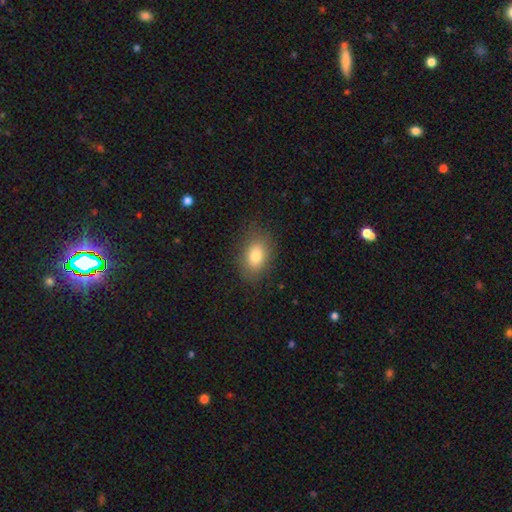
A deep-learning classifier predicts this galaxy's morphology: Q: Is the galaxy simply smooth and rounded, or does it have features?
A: smooth — 81%.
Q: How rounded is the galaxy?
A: in between — 83%.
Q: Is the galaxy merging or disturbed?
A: none — 83%.